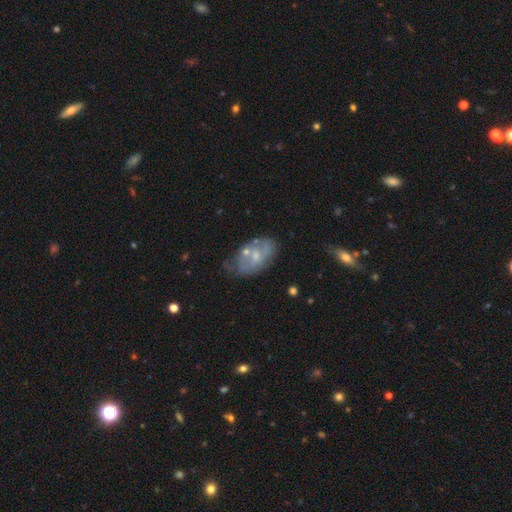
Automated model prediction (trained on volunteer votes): This is possibly a featured or disk galaxy (59%). It is clearly not viewed edge-on (94%). Bar: likely no (67%). Spiral arm pattern: likely no (63%). Central bulge: possibly small (55%). Merging: possibly none (48%).